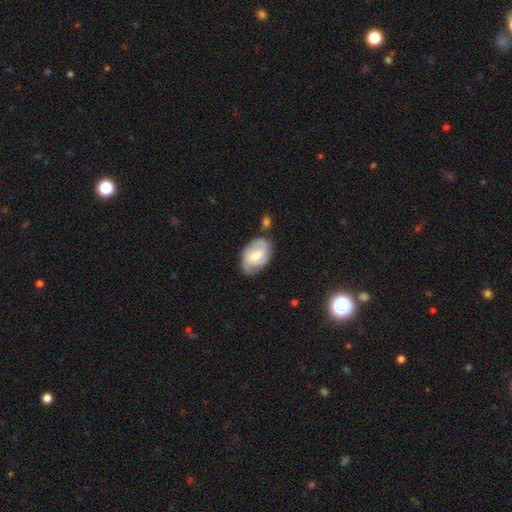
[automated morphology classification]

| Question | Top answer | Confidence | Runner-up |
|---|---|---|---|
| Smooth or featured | featured or disk | 59% | smooth (35%) |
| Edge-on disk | no | 96% | yes (4%) |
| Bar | weak | 50% | no (37%) |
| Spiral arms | yes | 88% | no (12%) |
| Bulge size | moderate | 52% | small (36%) |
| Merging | none | 64% | minor disturbance (24%) |